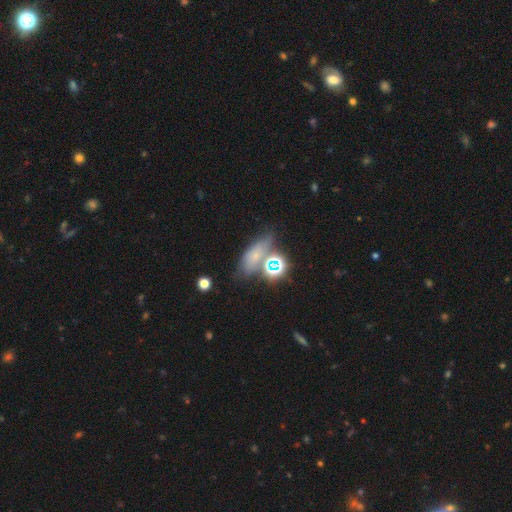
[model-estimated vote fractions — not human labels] This is possibly a smooth galaxy (56%). How rounded: possibly in between (54%). Merging: possibly none (56%).